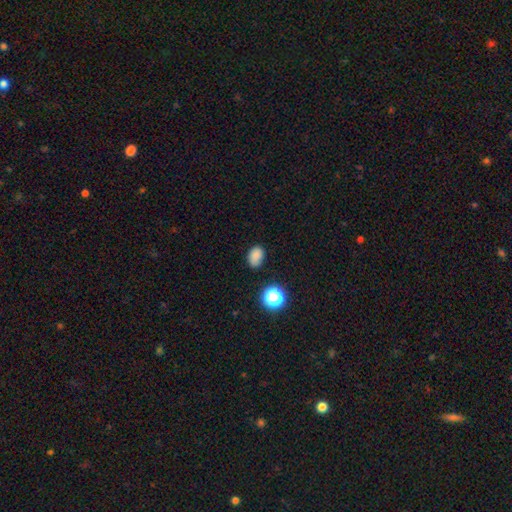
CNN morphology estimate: smooth-or-featured: smooth: 81% | star or artifact: 13% | featured or disk: 6%
  how-rounded: in between: 71% | round: 28% | cigar-shaped: 1%
  merging: none: 75% | minor disturbance: 19% | major disturbance: 4% | merger: 2%